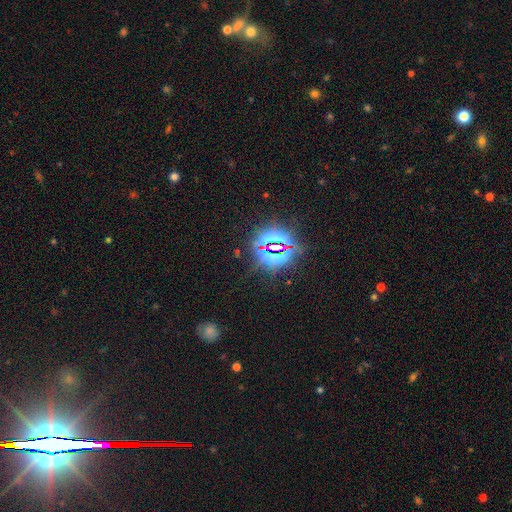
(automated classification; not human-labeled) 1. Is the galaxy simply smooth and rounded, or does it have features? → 84% star or artifact, 9% smooth, 7% featured or disk.